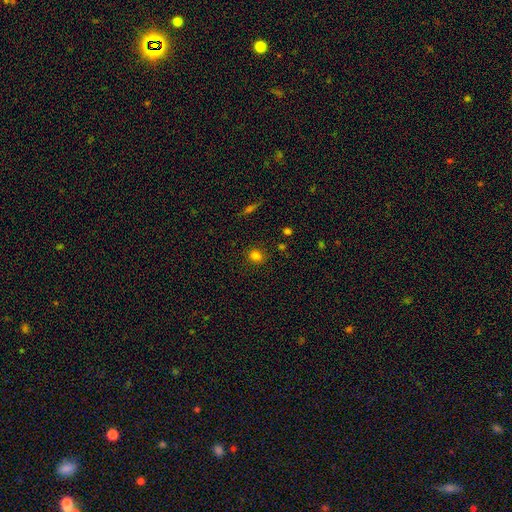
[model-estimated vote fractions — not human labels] Smooth or featured: smooth — 80% (star or artifact — 14%)
How rounded: round — 77% (in between — 22%)
Merging: none — 87% (minor disturbance — 9%)